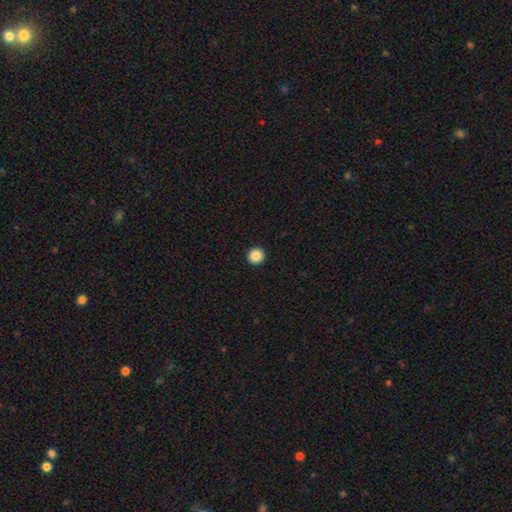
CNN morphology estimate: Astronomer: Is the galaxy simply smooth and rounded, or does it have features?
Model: smooth — 87%.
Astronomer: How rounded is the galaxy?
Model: round — 96%.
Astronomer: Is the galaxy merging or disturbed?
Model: none — 94%.